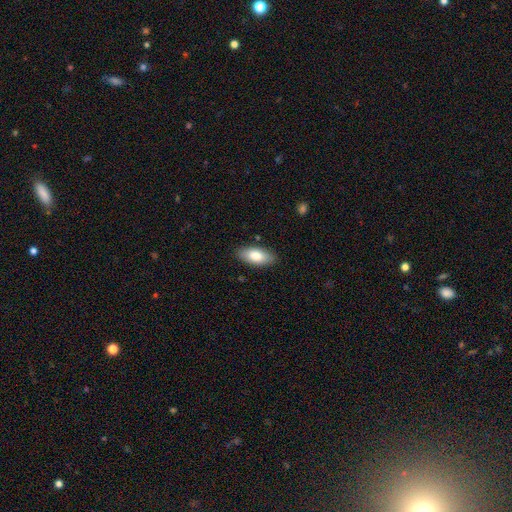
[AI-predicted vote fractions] A smooth galaxy with no disk features (81%) that is in between round and cigar-shaped (87%).

Vote fractions:
- Smooth or featured? smooth: 81% / featured or disk: 13% / star or artifact: 6%
- How rounded? in between: 87% / cigar-shaped: 10% / round: 2%
- Merging? none: 87% / minor disturbance: 10% / major disturbance: 2% / merger: 1%